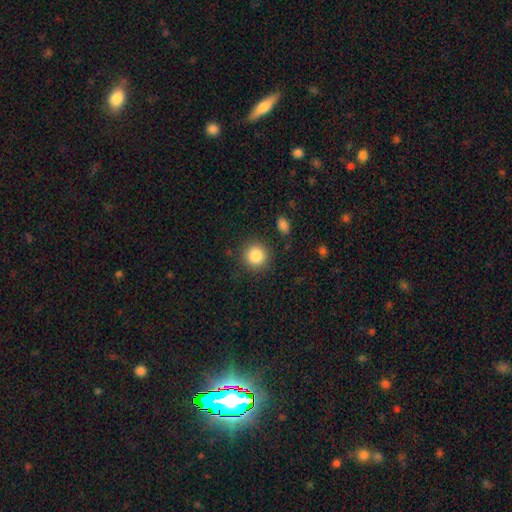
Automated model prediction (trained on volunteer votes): The model was most divided on "smooth or featured": smooth: 85%, star or artifact: 10%, featured or disk: 5%. More confident: how rounded — round (93%); merging — none (88%).